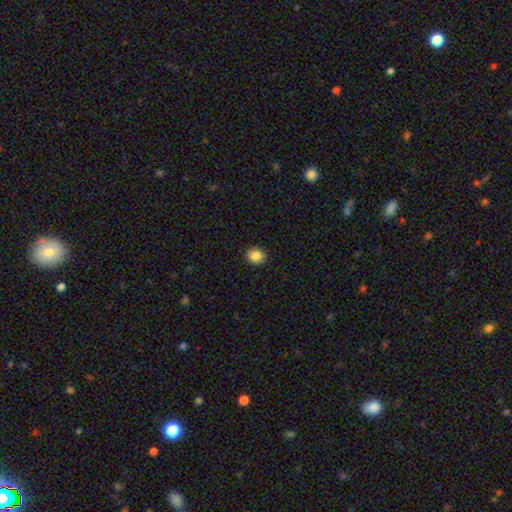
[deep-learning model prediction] A smooth galaxy with no disk features (87%) that is round (79%). Merging: none (92%).